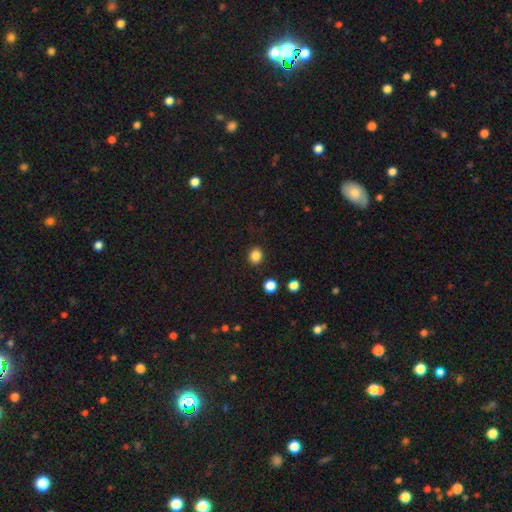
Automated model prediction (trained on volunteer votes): This appears to be a smooth galaxy with no disk features (85%) that is round (72%). Merging: none (88%).